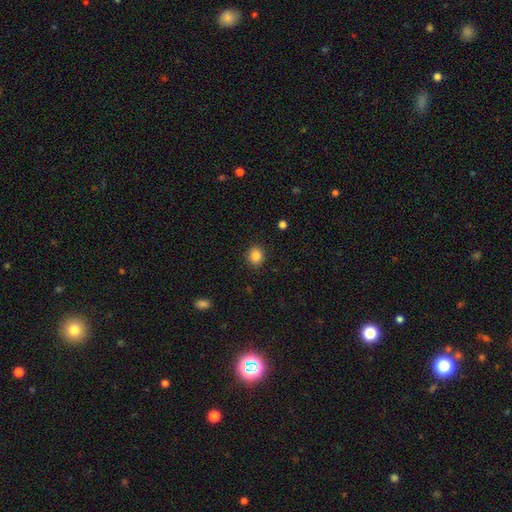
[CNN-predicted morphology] A smooth galaxy with no disk features (86%) that is round (76%).

Vote fractions:
- Smooth or featured? smooth: 86% / star or artifact: 10% / featured or disk: 4%
- How rounded? round: 76% / in between: 23% / cigar-shaped: 1%
- Merging? none: 89% / minor disturbance: 7% / major disturbance: 2% / merger: 1%